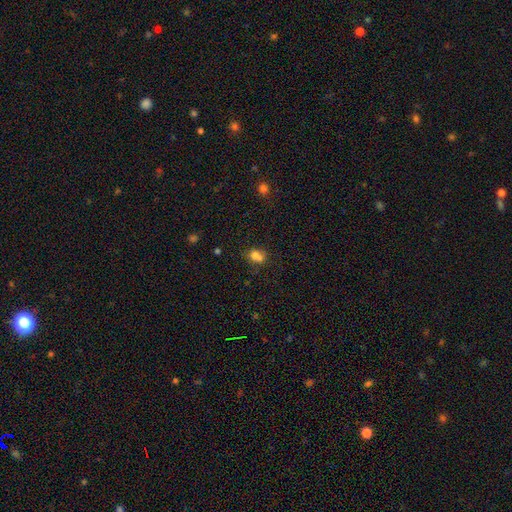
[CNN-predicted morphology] Smooth or featured: smooth — 71% (featured or disk — 15%)
How rounded: round — 58% (in between — 41%)
Merging: merger — 50% (none — 35%)